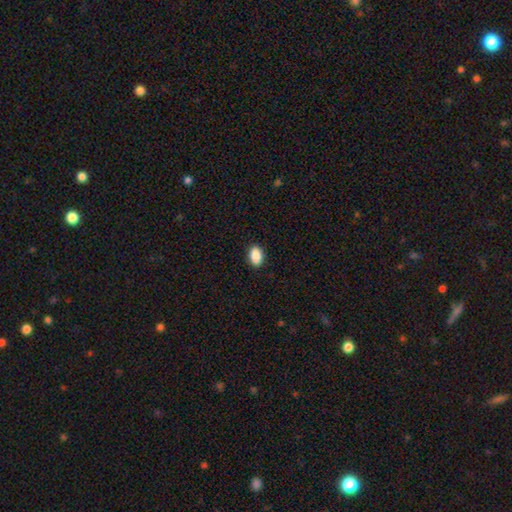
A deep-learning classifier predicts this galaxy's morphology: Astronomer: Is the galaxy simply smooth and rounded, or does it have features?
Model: smooth — 89%.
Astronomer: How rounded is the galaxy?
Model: in between — 91%.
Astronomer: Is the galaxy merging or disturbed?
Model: none — 90%.